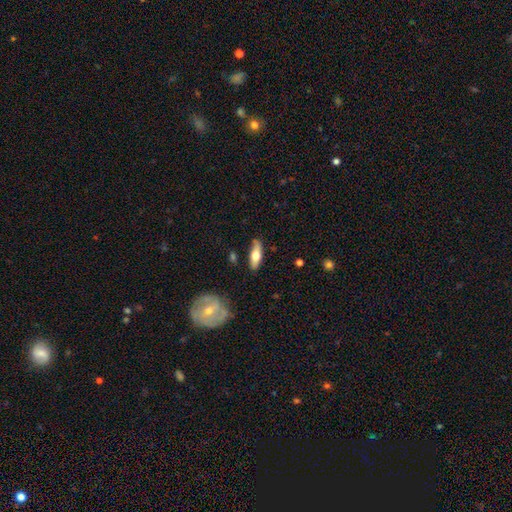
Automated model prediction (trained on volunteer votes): smooth 59%, featured or disk 35%, star or artifact 6%. Down the decision tree: how rounded — in between (58%); merging — none (81%).